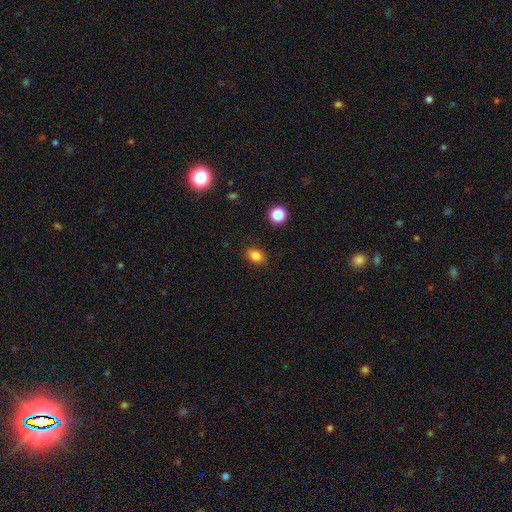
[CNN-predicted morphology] smooth 82%, star or artifact 11%, featured or disk 6%. Down the decision tree: how rounded — in between (68%); merging — none (88%).